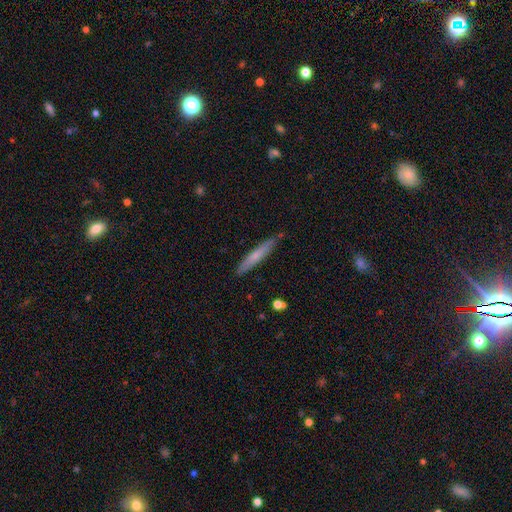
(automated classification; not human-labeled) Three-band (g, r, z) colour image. It shows a smooth galaxy with no disk features (62%) that is cigar-shaped (93%). Merging: none (82%).